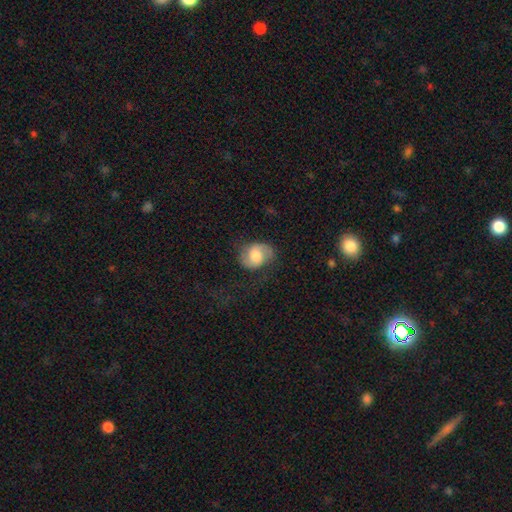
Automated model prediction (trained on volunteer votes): This appears to be a featured or disk galaxy (50%). Merging: none (61%).